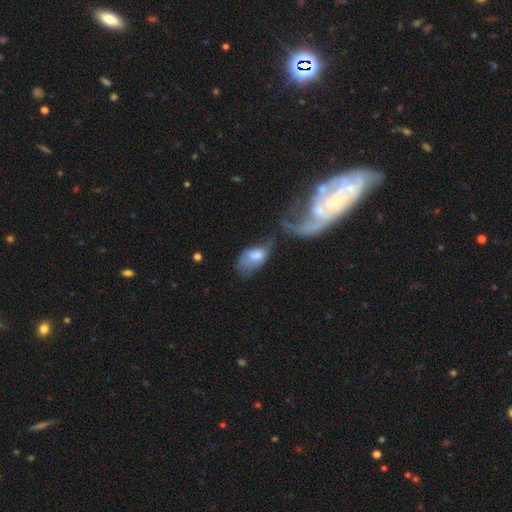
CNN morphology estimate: smooth-or-featured: smooth: 61% | featured or disk: 31% | star or artifact: 8%
  how-rounded: in between: 91% | round: 6% | cigar-shaped: 3%
  merging: major disturbance: 43% | minor disturbance: 22% | none: 20% | merger: 16%